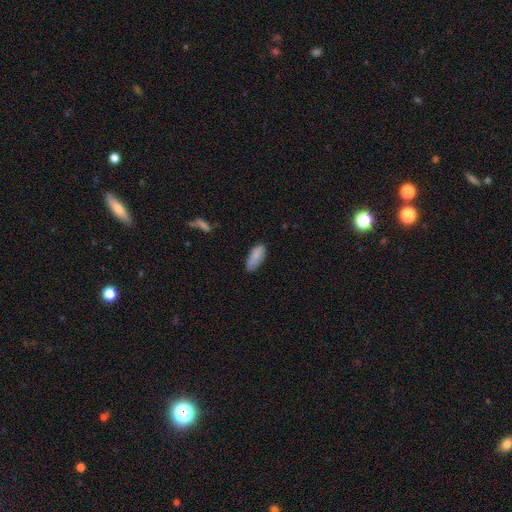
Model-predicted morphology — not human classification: Smooth or featured: smooth — 85% (featured or disk — 8%)
How rounded: in between — 79% (cigar-shaped — 20%)
Merging: none — 75% (minor disturbance — 20%)